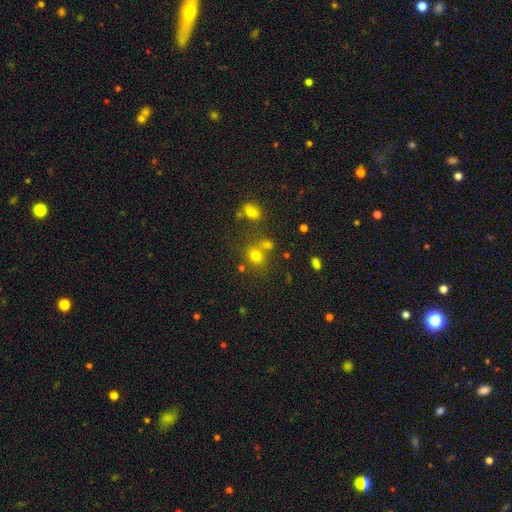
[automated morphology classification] Smooth or featured? Predicted: smooth (p=0.71). How rounded? Predicted: round (p=0.72). Merging? Predicted: none (p=0.58).